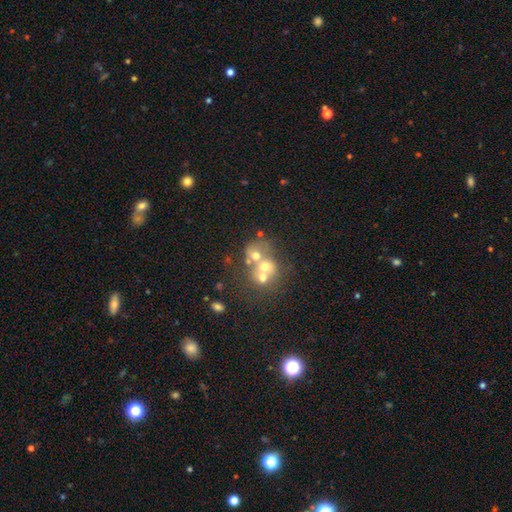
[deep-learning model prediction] Smooth or featured? smooth (50%)
How rounded? round (66%)
Merging? merger (61%)